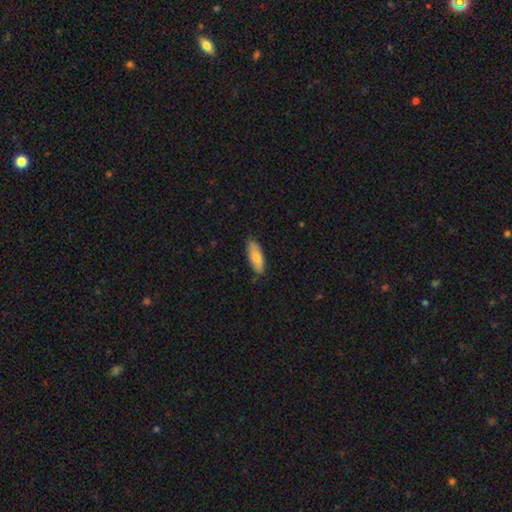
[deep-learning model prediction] A smooth galaxy with no disk features (78%) that is in between round and cigar-shaped (63%). Merging: none (84%).